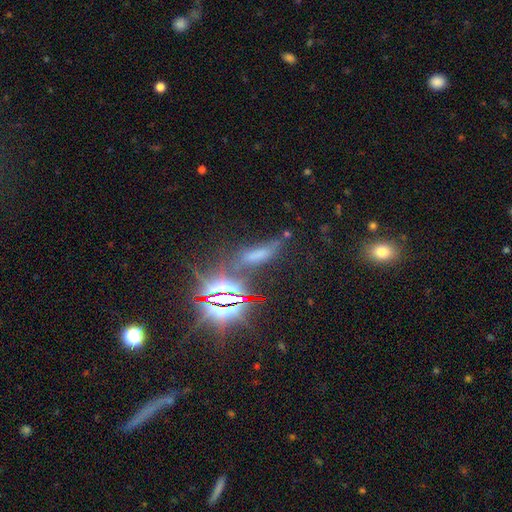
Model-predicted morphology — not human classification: type=star or artifact (47%).